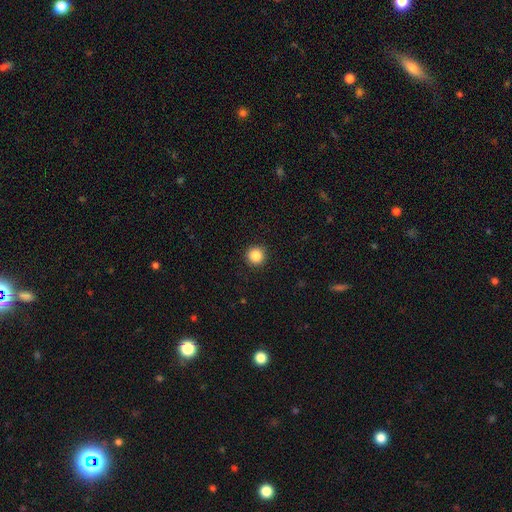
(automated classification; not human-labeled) This is clearly a smooth galaxy (86%). How rounded: clearly round (95%). Merging: clearly none (93%).